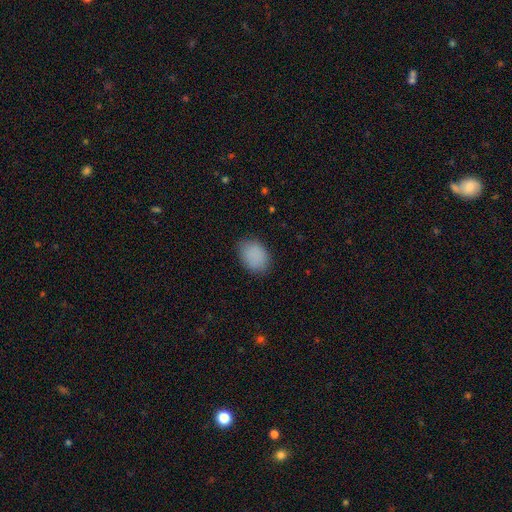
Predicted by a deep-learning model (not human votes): Smooth or featured: smooth — 88% (star or artifact — 8%)
How rounded: in between — 75% (round — 24%)
Merging: none — 79% (minor disturbance — 16%)